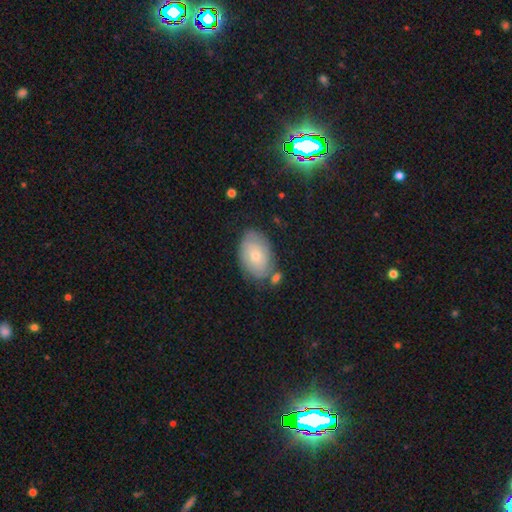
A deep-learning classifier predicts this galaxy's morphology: smooth 54%, featured or disk 39%, star or artifact 7%. Down the decision tree: how rounded — in between (88%); merging — none (69%).